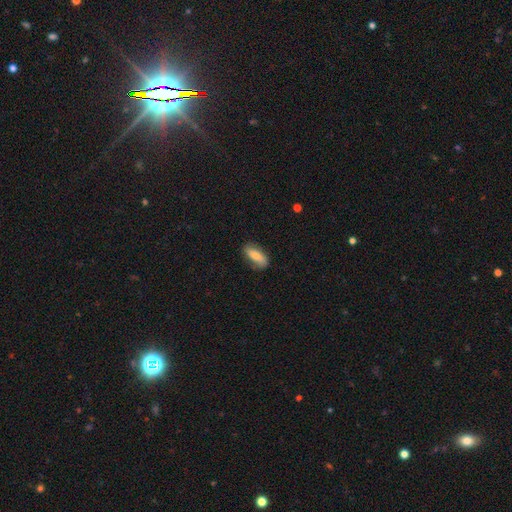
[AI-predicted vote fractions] Morphology: type=smooth (65%); roundness=in between (75%); merging=none (76%).